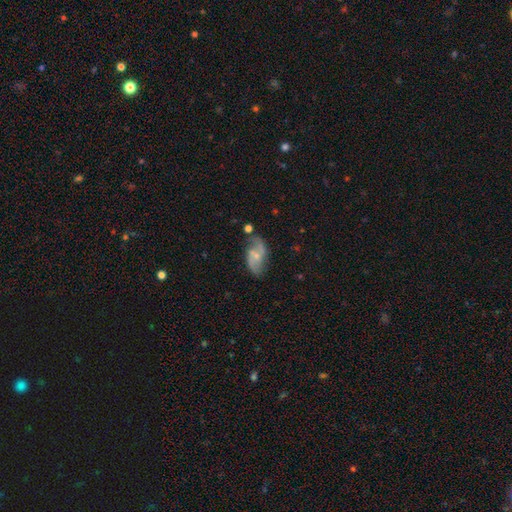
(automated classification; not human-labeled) Morphology: type=featured or disk (71%); edge-on=no (96%); bar=no (52%); spiral arms=yes (89%); winding=loose (56%); arm count=2 (88%); bulge=small (66%); merging=none (59%).